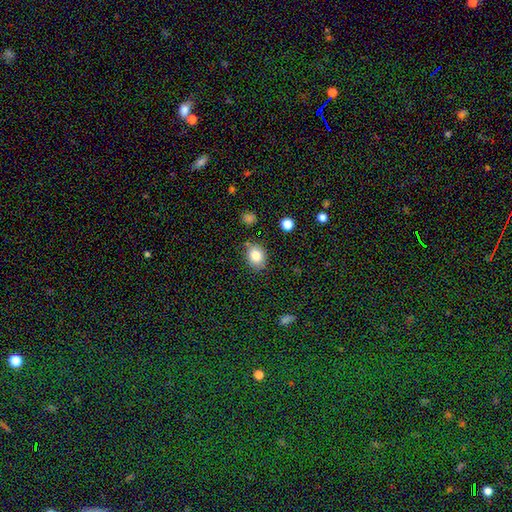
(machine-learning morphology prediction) type=smooth (83%); roundness=in between (55%); merging=none (79%).